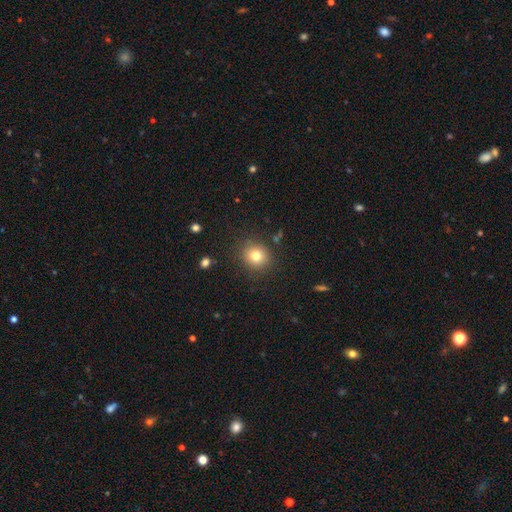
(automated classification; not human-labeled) Smooth or featured?
  - smooth: 78% *
  - star or artifact: 13%
  - featured or disk: 9%
How rounded?
  - round: 83% *
  - in between: 16%
  - cigar-shaped: 1%
Merging?
  - none: 87% *
  - minor disturbance: 8%
  - major disturbance: 3%
  - merger: 2%